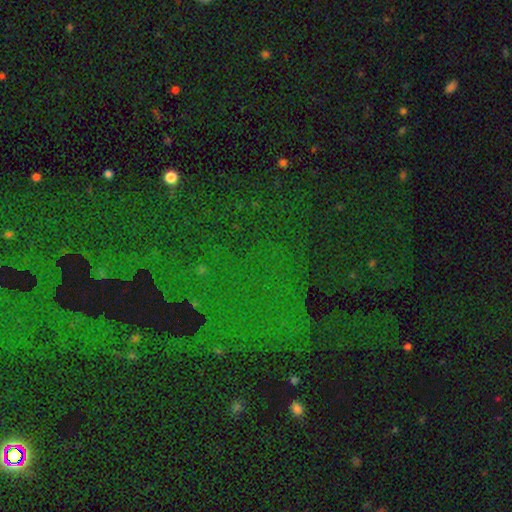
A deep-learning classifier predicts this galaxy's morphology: Q: Smooth or featured?
A: star or artifact (77%); runner-up: featured or disk (11%)